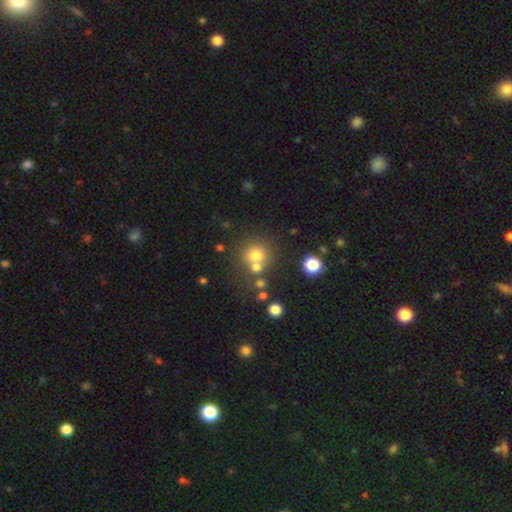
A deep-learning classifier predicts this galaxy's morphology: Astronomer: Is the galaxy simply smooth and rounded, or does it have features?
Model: smooth — 71%.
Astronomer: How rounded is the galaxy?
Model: round — 89%.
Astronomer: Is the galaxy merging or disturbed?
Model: none — 58%.